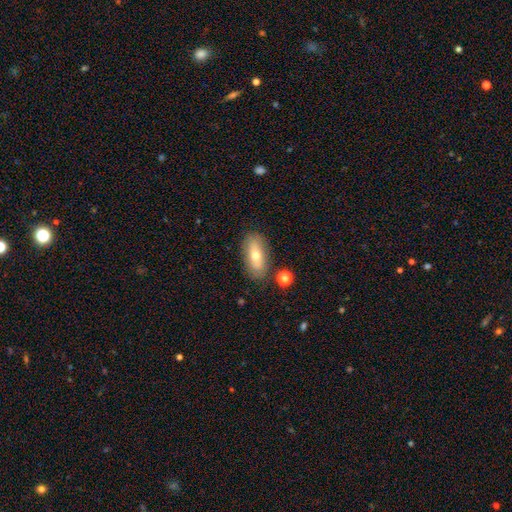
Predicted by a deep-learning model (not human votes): smooth_or_featured: smooth (p=0.63) [alt: featured or disk p=0.29]
how_rounded: in between (p=0.83) [alt: cigar-shaped p=0.12]
merging: none (p=0.81) [alt: minor disturbance p=0.12]